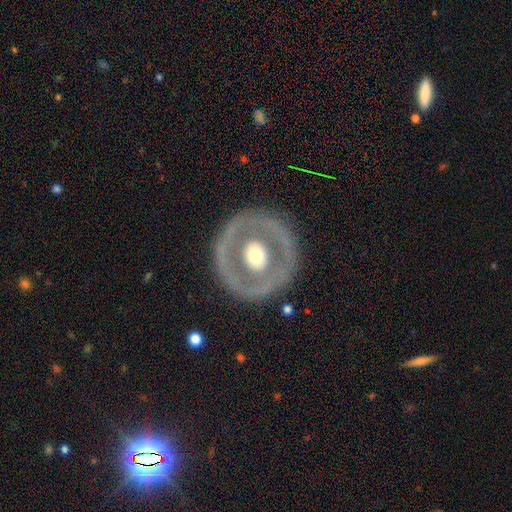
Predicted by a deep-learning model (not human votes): smooth_or_featured: featured or disk (p=0.63) [alt: smooth p=0.32]
disk_edge_on: no (p=0.94) [alt: yes p=0.06]
bar: no (p=0.78) [alt: weak p=0.13]
has_spiral_arms: no (p=0.87) [alt: yes p=0.13]
bulge_size: moderate (p=0.70) [alt: large p=0.18]
merging: none (p=0.81) [alt: minor disturbance p=0.11]